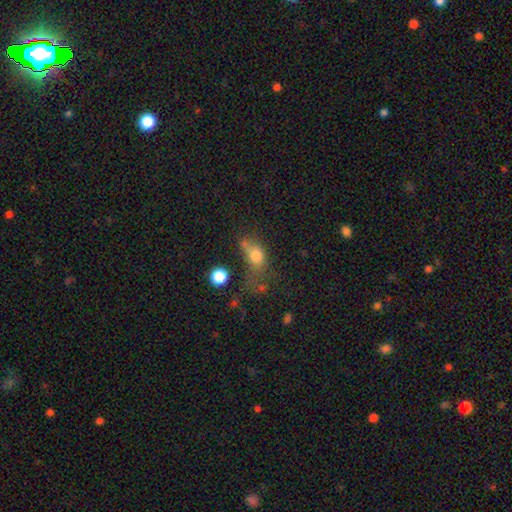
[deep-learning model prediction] Q: Smooth or featured?
A: smooth (71%); runner-up: featured or disk (15%)
Q: How rounded?
A: in between (63%); runner-up: round (30%)
Q: Merging?
A: major disturbance (33%); runner-up: none (27%)